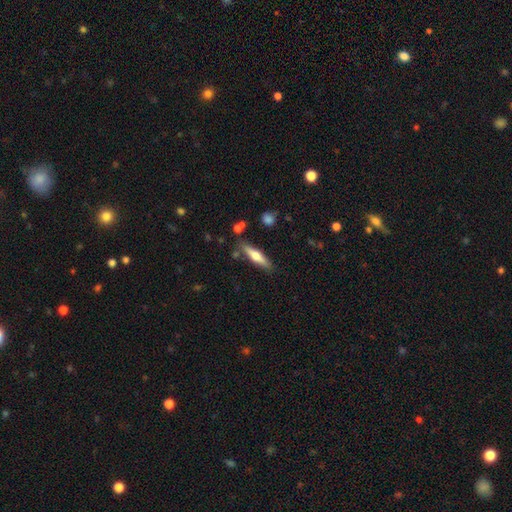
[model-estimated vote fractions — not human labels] Morphology: type=smooth (49%); merging=none (82%).